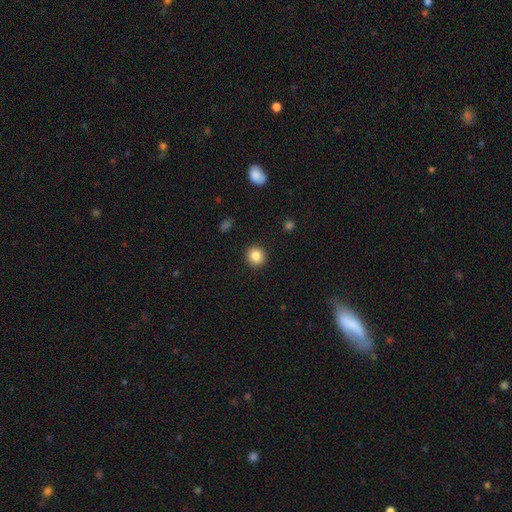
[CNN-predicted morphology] smooth-or-featured: smooth: 85% | star or artifact: 10% | featured or disk: 5%
  how-rounded: round: 92% | in between: 7% | cigar-shaped: 1%
  merging: none: 92% | minor disturbance: 5% | major disturbance: 2% | merger: 1%